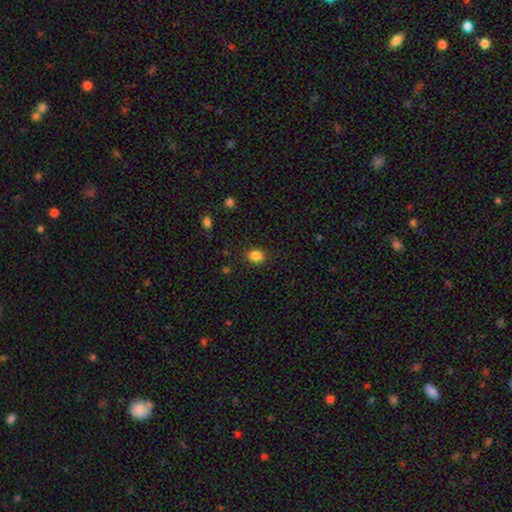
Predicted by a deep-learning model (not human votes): Smooth or featured: smooth — 85% (star or artifact — 11%)
How rounded: round — 55% (in between — 45%)
Merging: none — 87% (minor disturbance — 9%)